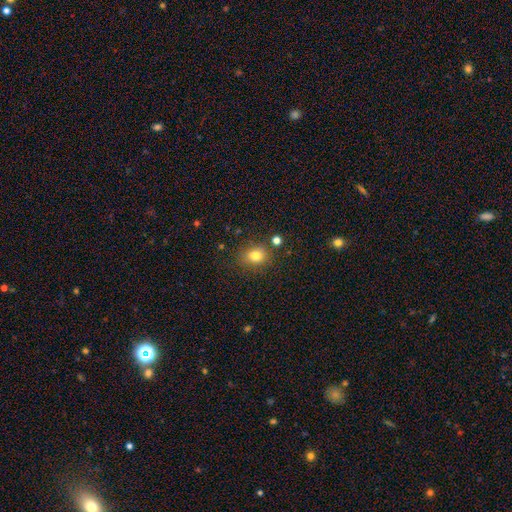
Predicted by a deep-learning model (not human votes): Smooth or featured? smooth (79%)
How rounded? round (55%)
Merging? none (78%)